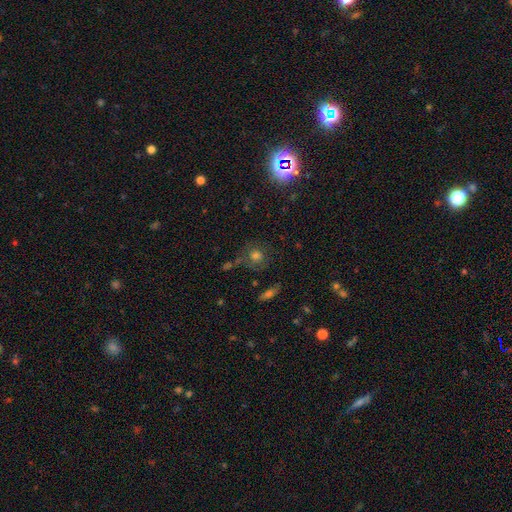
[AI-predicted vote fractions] This is likely a smooth galaxy (61%). How rounded: clearly round (82%). Merging: likely none (63%).